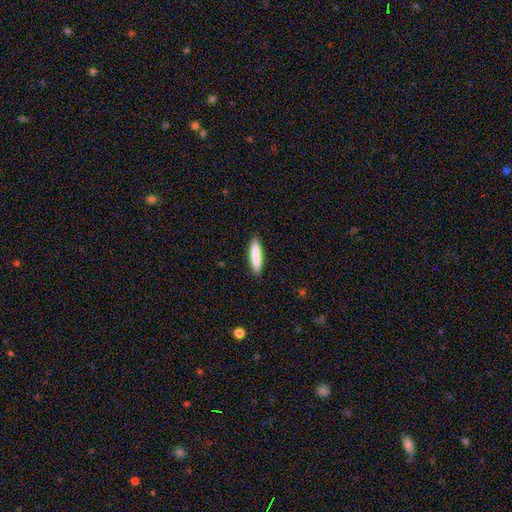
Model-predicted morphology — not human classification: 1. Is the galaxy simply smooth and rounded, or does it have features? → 86% smooth, 8% featured or disk, 6% star or artifact.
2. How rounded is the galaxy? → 79% cigar-shaped, 19% in between, 1% round.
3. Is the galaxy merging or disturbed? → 90% none, 7% minor disturbance, 2% major disturbance, 1% merger.